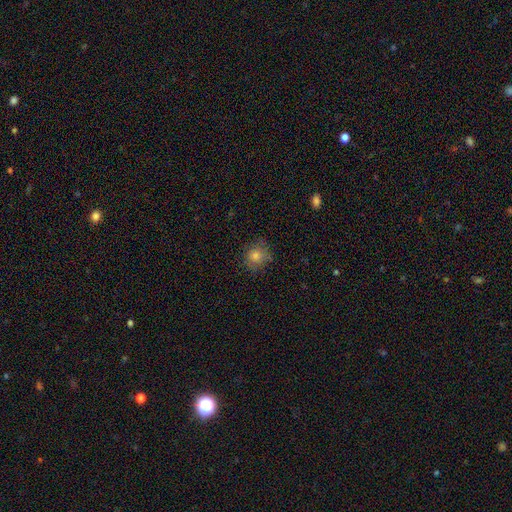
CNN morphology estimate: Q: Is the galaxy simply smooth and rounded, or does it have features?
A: smooth — 76%.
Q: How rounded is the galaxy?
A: round — 87%.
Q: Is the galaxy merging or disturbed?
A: none — 79%.